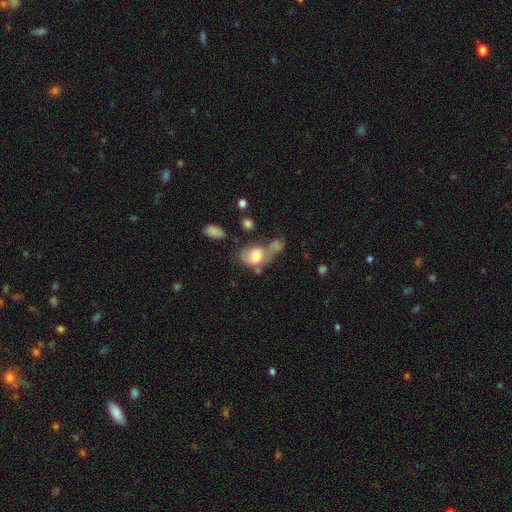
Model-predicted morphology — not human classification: Smooth or featured?
  - smooth: 62% *
  - featured or disk: 29%
  - star or artifact: 9%
How rounded?
  - in between: 73% *
  - round: 25%
  - cigar-shaped: 2%
Merging?
  - merger: 37% *
  - major disturbance: 24%
  - none: 21%
  - minor disturbance: 18%